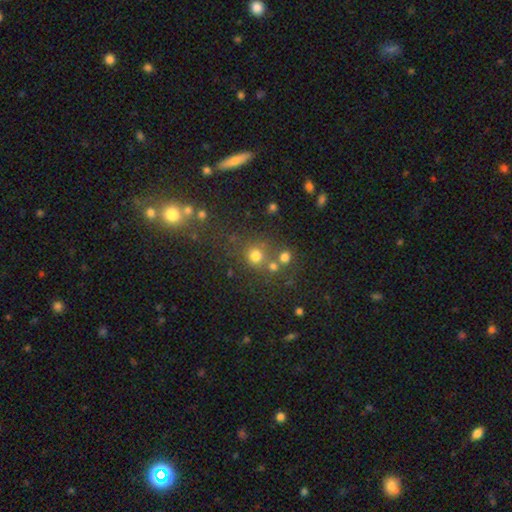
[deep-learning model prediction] A smooth galaxy with no disk features (72%) that is round (88%). Merging: none (63%).